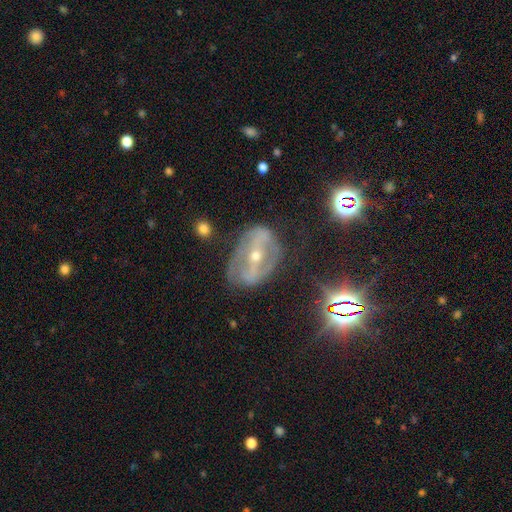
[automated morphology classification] This is likely a featured or disk galaxy (79%). It is clearly not viewed edge-on (91%). Bar: likely strong (69%). Spiral arm pattern: likely yes (61%). Central bulge: possibly small (55%). Merging: likely none (64%).